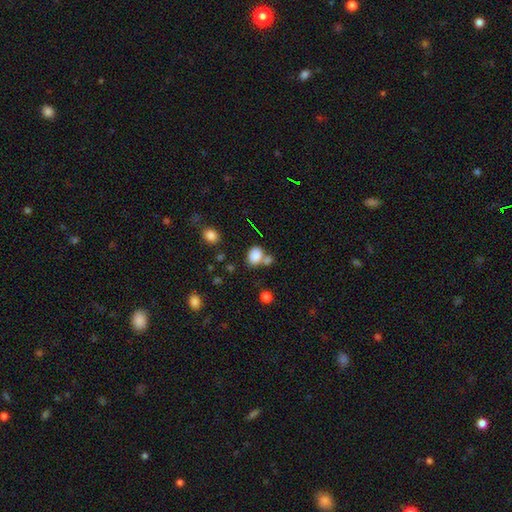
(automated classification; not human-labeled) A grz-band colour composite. It shows a smooth galaxy with no disk features (83%) that is in between round and cigar-shaped (68%). Merging: none (48%).